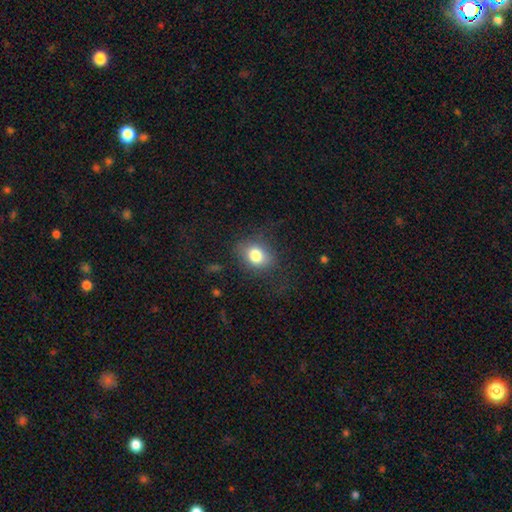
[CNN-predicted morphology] A smooth galaxy with no disk features (80%) that is in between round and cigar-shaped (52%). Merging: none (74%).